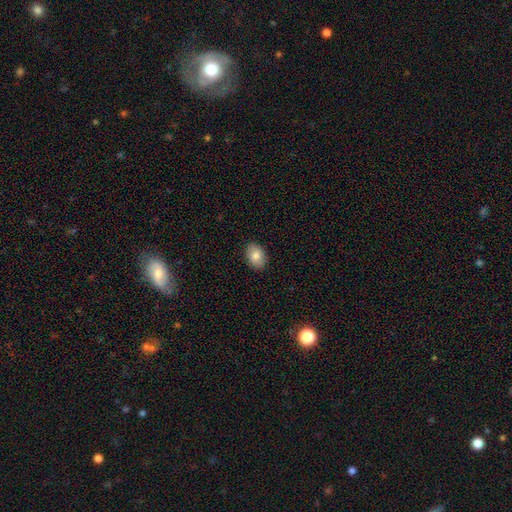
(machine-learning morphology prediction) Smooth or featured? smooth (82%)
How rounded? in between (80%)
Merging? none (89%)